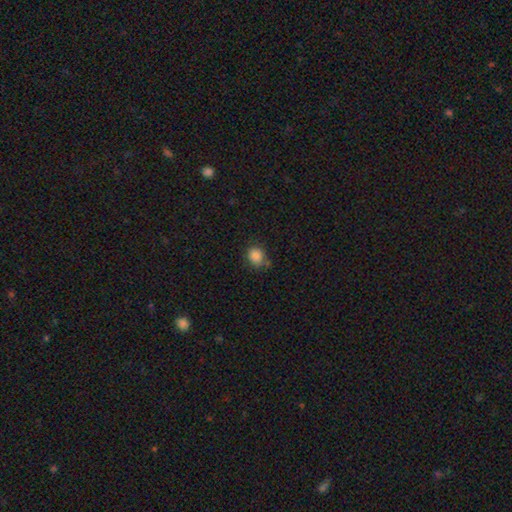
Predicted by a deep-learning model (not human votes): This appears to be a smooth galaxy with no disk features (86%) that is round (72%). Merging: none (68%).